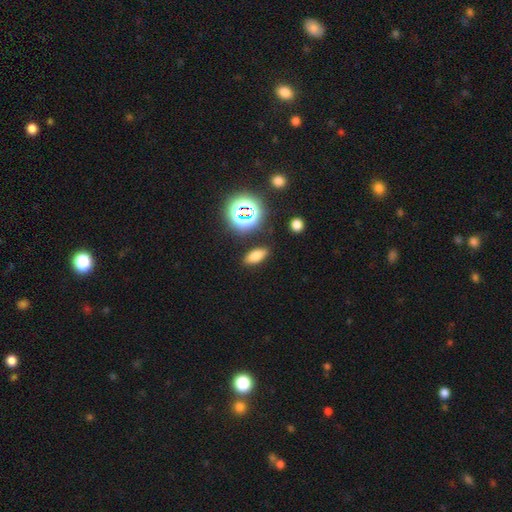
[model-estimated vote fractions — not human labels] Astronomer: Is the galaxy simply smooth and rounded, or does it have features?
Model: smooth — 69%.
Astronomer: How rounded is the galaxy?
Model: in between — 74%.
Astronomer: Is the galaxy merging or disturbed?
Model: none — 88%.